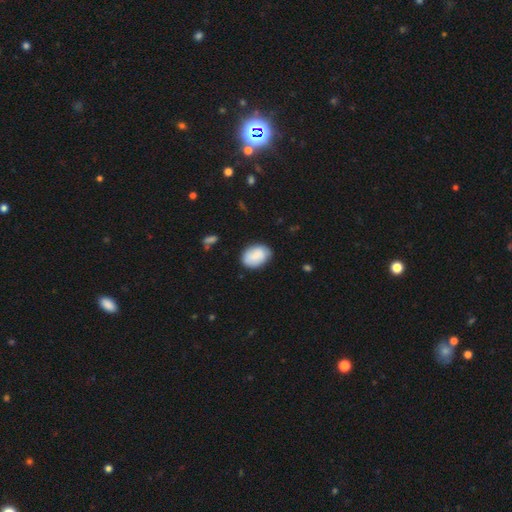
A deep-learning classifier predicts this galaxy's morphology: A smooth galaxy with no disk features (79%) that is in between round and cigar-shaped (77%).

Vote fractions:
- Smooth or featured? smooth: 79% / featured or disk: 15% / star or artifact: 6%
- How rounded? in between: 77% / round: 22% / cigar-shaped: 1%
- Merging? none: 76% / minor disturbance: 19% / major disturbance: 4% / merger: 2%